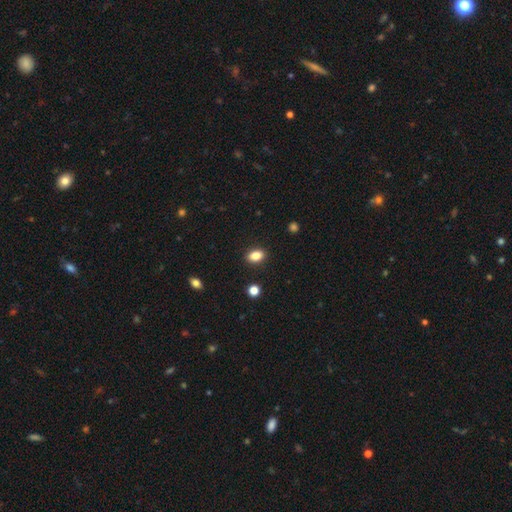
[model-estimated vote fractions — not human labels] Smooth or featured?
  - smooth: 86% *
  - star or artifact: 9%
  - featured or disk: 5%
How rounded?
  - in between: 82% *
  - round: 16%
  - cigar-shaped: 2%
Merging?
  - none: 89% *
  - minor disturbance: 8%
  - major disturbance: 2%
  - merger: 1%